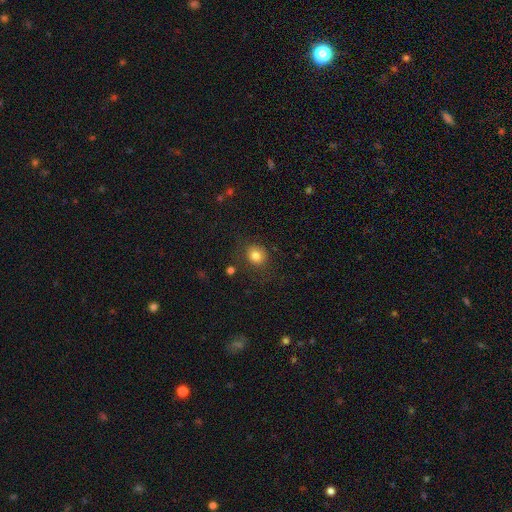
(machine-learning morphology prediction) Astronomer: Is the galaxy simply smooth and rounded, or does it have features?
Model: smooth — 81%.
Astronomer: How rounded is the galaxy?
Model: round — 78%.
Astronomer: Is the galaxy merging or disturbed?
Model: none — 80%.